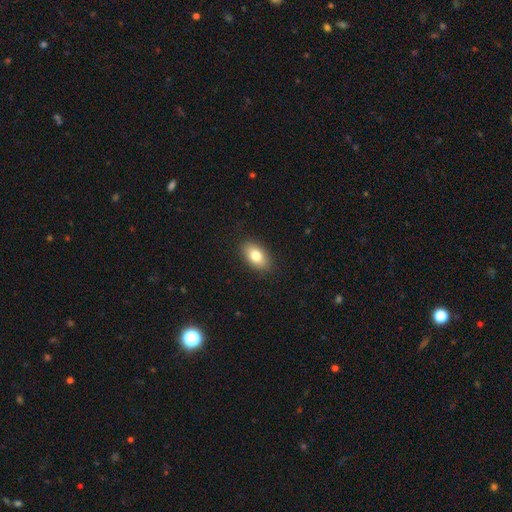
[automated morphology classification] A smooth galaxy with no disk features (80%) that is in between round and cigar-shaped (91%). Merging: none (89%).